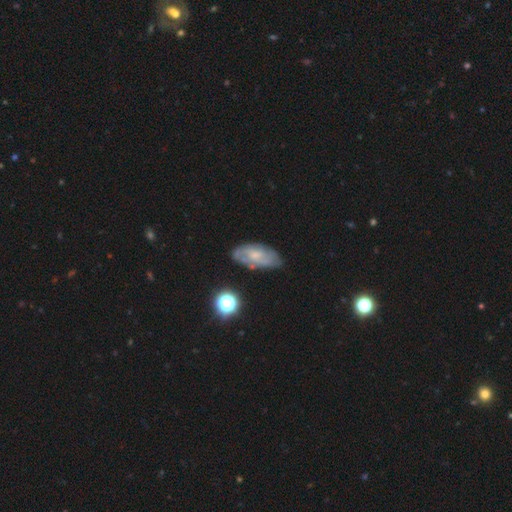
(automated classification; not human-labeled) Smooth or featured?
  - featured or disk: 59% *
  - smooth: 32%
  - star or artifact: 9%
Edge-on disk?
  - no: 92% *
  - yes: 8%
Bar?
  - no: 66% *
  - weak: 29%
  - strong: 4%
Spiral arms?
  - yes: 74% *
  - no: 26%
Bulge size?
  - small: 50% *
  - moderate: 31%
  - none: 15%
  - large: 3%
  - dominant: 1%
Merging?
  - none: 68% *
  - minor disturbance: 23%
  - major disturbance: 7%
  - merger: 3%